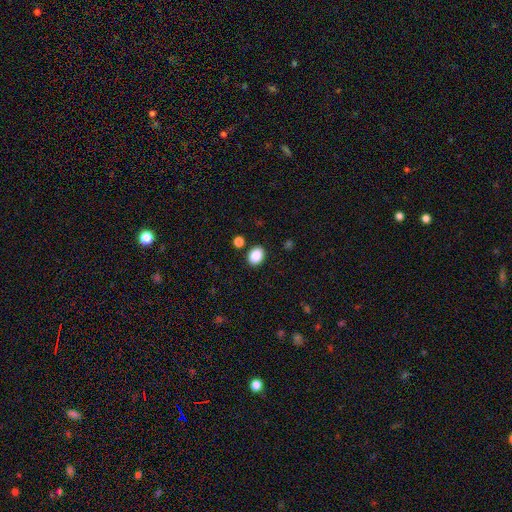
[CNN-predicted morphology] A smooth galaxy with no disk features (88%) that is in between round and cigar-shaped (59%). Merging: none (87%).